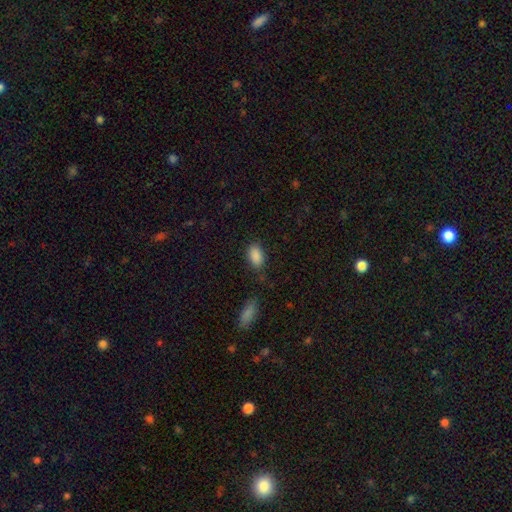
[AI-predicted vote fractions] Overall: smooth (89%). How rounded: in between (91%). Merging: none (77%).